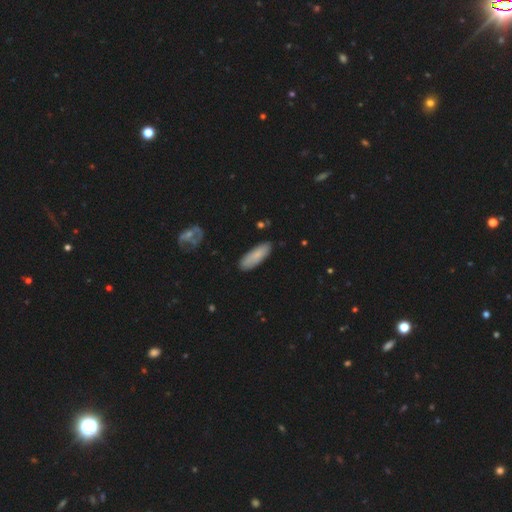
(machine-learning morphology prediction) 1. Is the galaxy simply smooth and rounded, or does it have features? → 78% smooth, 15% featured or disk, 7% star or artifact.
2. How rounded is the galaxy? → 55% in between, 43% cigar-shaped, 2% round.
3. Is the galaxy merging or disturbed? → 84% none, 12% minor disturbance, 2% major disturbance, 2% merger.